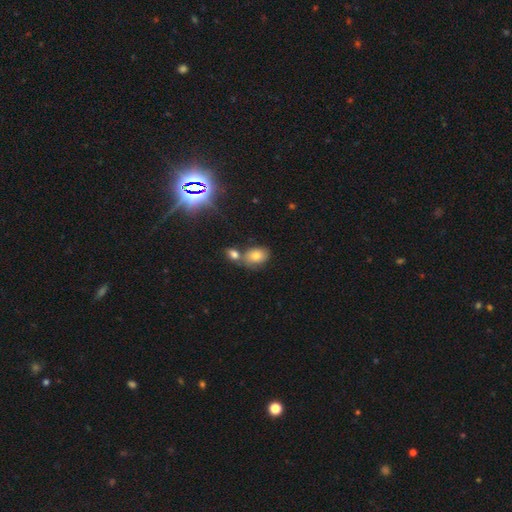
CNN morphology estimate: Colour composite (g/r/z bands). It shows a smooth galaxy with no disk features (74%) that is in between round and cigar-shaped (77%). Merging: none (55%).